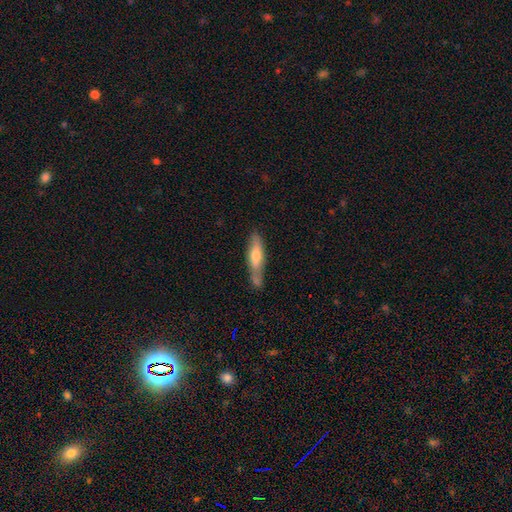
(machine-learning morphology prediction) This is possibly a smooth galaxy (60%). How rounded: likely cigar-shaped (74%). Merging: possibly none (59%).